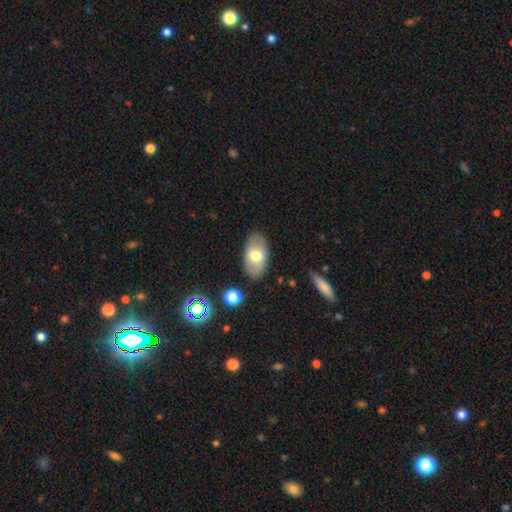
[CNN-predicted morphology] A smooth galaxy with no disk features (66%) that is in between round and cigar-shaped (94%).

Vote fractions:
- Smooth or featured? smooth: 66% / featured or disk: 27% / star or artifact: 7%
- How rounded? in between: 94% / round: 4% / cigar-shaped: 2%
- Merging? none: 84% / minor disturbance: 11% / major disturbance: 3% / merger: 2%